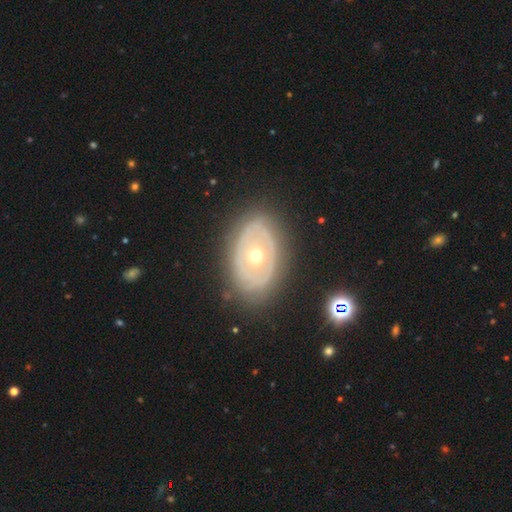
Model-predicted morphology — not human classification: A featured or disk galaxy (67%) with no bar (91%), no spiral arms (78%) and a moderate central bulge (55%). Merging: none (80%).